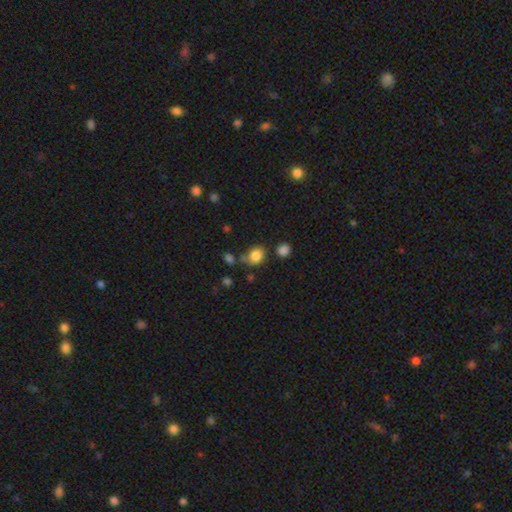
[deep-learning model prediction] smooth-or-featured: smooth: 84% | star or artifact: 11% | featured or disk: 5%
  how-rounded: round: 65% | in between: 34% | cigar-shaped: 1%
  merging: none: 66% | minor disturbance: 16% | merger: 12% | major disturbance: 6%